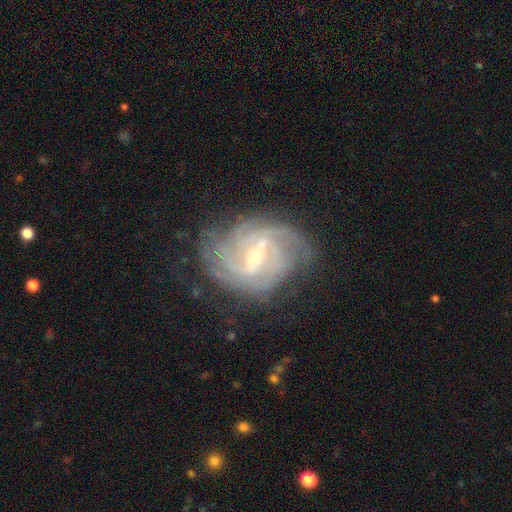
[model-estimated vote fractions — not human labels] Smooth or featured?
  - featured or disk: 87% *
  - smooth: 6%
  - star or artifact: 6%
Edge-on disk?
  - no: 97% *
  - yes: 3%
Bar?
  - weak: 51% *
  - strong: 38%
  - no: 11%
Spiral arms?
  - yes: 96% *
  - no: 4%
Spiral winding?
  - tight: 53% *
  - medium: 37%
  - loose: 10%
Spiral arm count?
  - can't tell: 28% *
  - 3: 21%
  - 2: 20%
  - 4: 18%
  - more than 4: 7%
  - 1: 6%
Bulge size?
  - small: 53% *
  - moderate: 37%
  - none: 7%
  - large: 3%
  - dominant: 1%
Merging?
  - none: 68% *
  - minor disturbance: 20%
  - major disturbance: 11%
  - merger: 2%